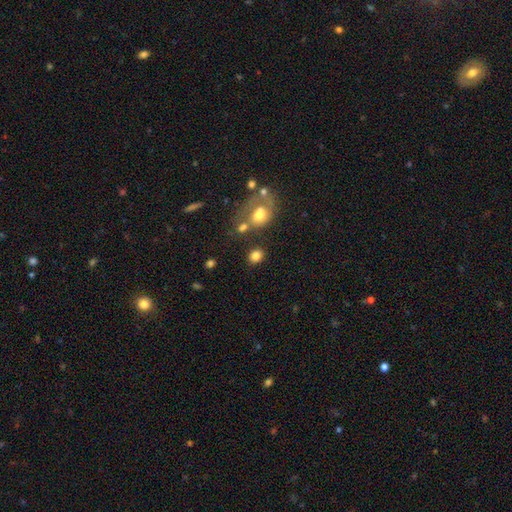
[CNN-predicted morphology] This appears to be a smooth galaxy with no disk features (81%) that is round (55%). Merging: none (71%).